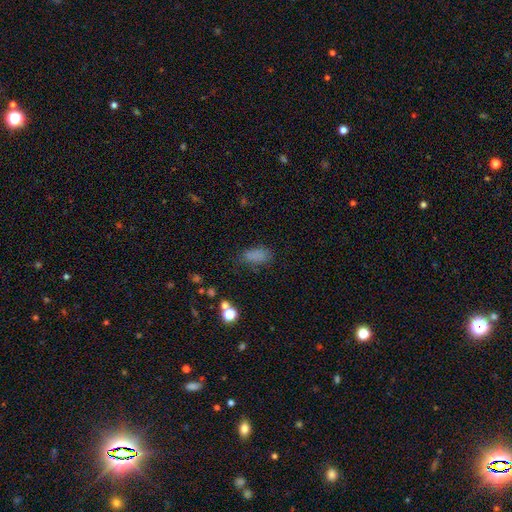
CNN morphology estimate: A smooth galaxy with no disk features (78%) that is in between round and cigar-shaped (87%).

Vote fractions:
- Smooth or featured? smooth: 78% / star or artifact: 15% / featured or disk: 7%
- How rounded? in between: 87% / round: 7% / cigar-shaped: 6%
- Merging? none: 67% / minor disturbance: 21% / major disturbance: 9% / merger: 3%